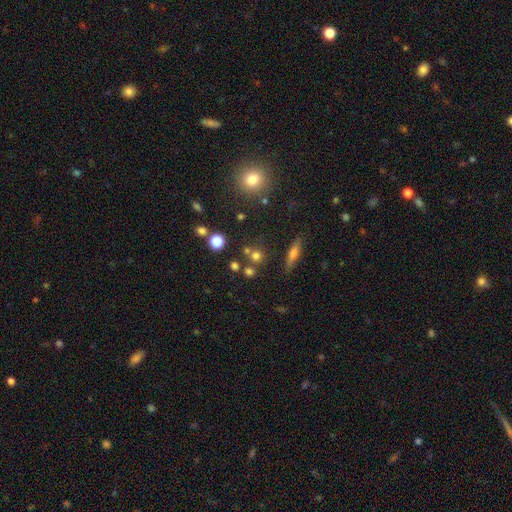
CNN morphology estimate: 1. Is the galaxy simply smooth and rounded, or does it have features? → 48% smooth, 26% featured or disk, 26% star or artifact.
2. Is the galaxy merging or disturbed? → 79% none, 10% merger, 8% minor disturbance, 3% major disturbance.